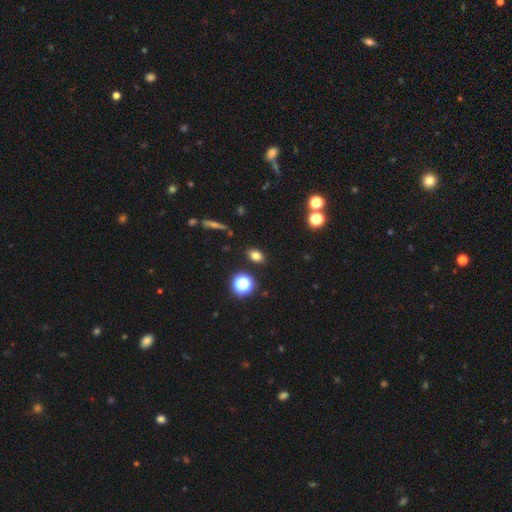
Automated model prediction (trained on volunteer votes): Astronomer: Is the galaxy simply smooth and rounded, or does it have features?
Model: smooth — 76%.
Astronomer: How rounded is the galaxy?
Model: in between — 71%.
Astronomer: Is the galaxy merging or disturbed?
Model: none — 86%.